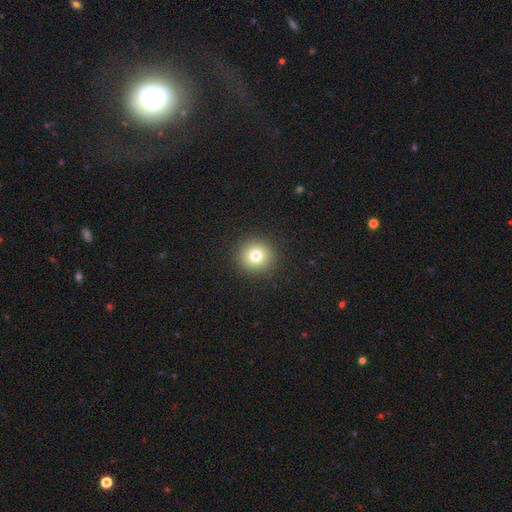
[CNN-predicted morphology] type=smooth (78%); roundness=round (93%); merging=none (92%).